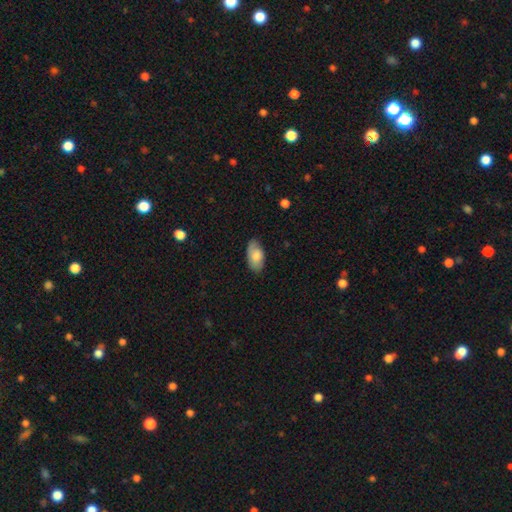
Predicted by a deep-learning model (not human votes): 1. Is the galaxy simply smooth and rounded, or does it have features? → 79% smooth, 15% featured or disk, 6% star or artifact.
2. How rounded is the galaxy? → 95% in between, 3% round, 2% cigar-shaped.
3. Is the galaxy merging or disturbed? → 76% none, 19% minor disturbance, 3% major disturbance, 1% merger.